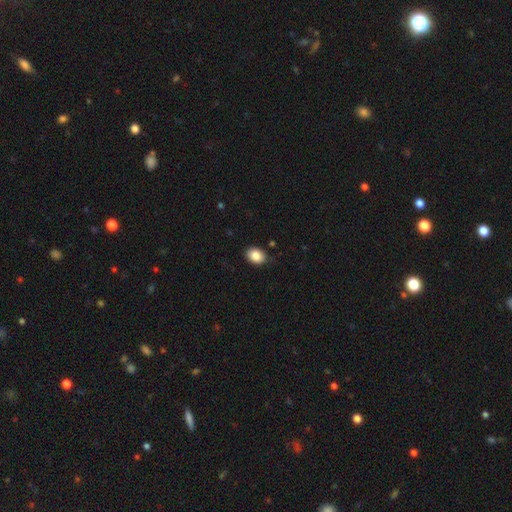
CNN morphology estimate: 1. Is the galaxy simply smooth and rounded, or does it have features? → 87% smooth, 8% star or artifact, 6% featured or disk.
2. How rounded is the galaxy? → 74% in between, 26% round, 1% cigar-shaped.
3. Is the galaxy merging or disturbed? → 84% none, 13% minor disturbance, 2% major disturbance, 1% merger.